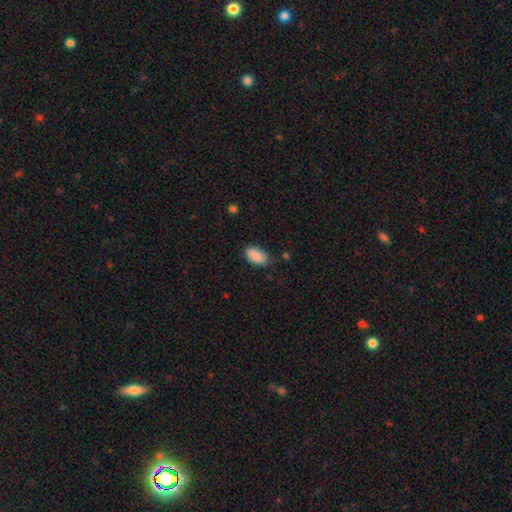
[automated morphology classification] A smooth galaxy with no disk features (89%) that is in between round and cigar-shaped (94%).

Vote fractions:
- Smooth or featured? smooth: 89% / star or artifact: 7% / featured or disk: 5%
- How rounded? in between: 94% / round: 3% / cigar-shaped: 3%
- Merging? none: 74% / minor disturbance: 20% / major disturbance: 4% / merger: 2%